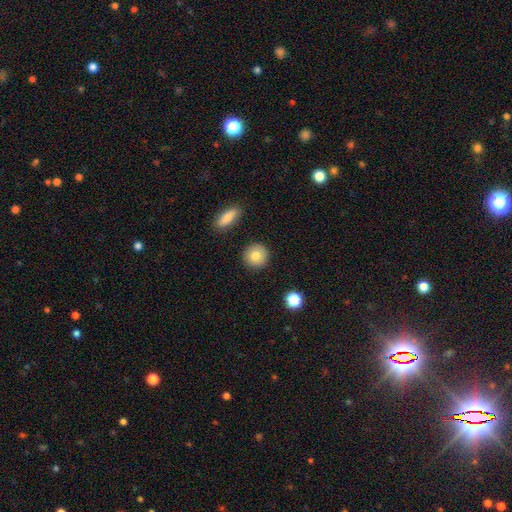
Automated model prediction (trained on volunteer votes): The model was most divided on "smooth or featured": smooth: 81%, featured or disk: 11%, star or artifact: 8%. More confident: how rounded — round (92%); merging — none (90%).